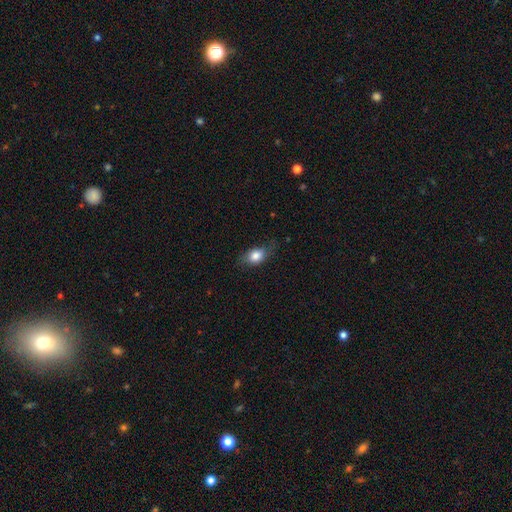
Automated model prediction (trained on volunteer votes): Overall: smooth (79%). How rounded: in between (72%). Merging: none (66%).